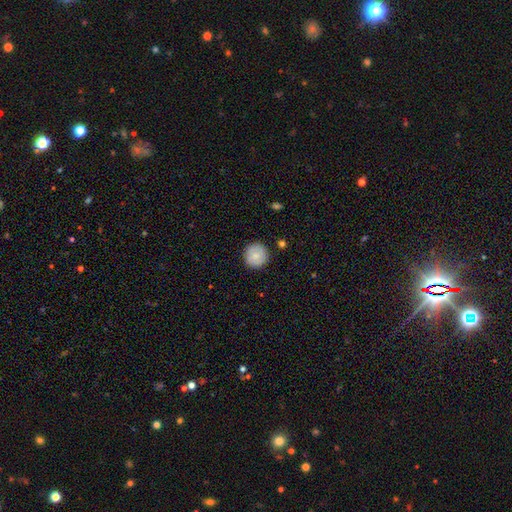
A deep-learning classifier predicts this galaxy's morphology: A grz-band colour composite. It shows a smooth galaxy with no disk features (80%) that is round (94%). Merging: none (90%).